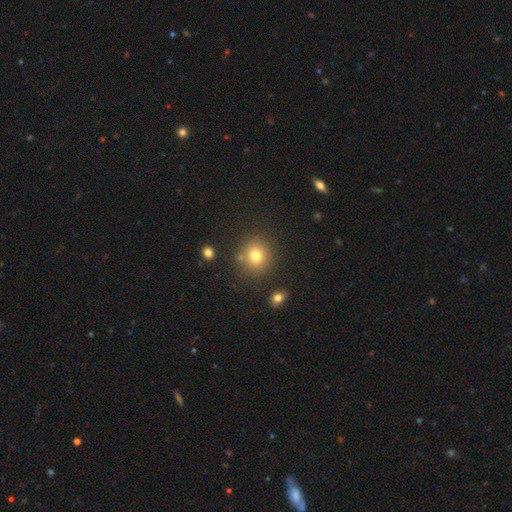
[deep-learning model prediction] This appears to be a smooth galaxy with no disk features (78%) that is round (87%). Merging: none (82%).